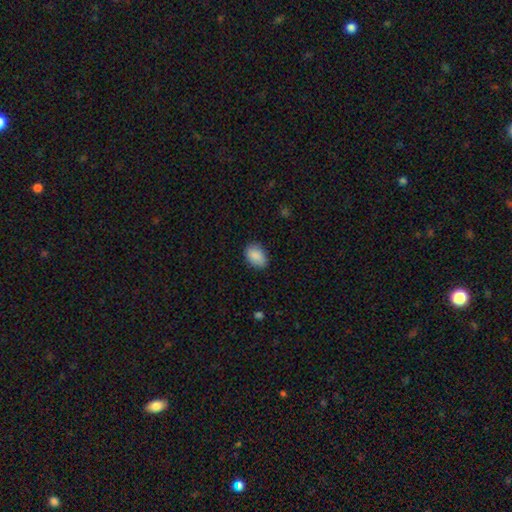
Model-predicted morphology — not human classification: A smooth galaxy with no disk features (89%) that is in between round and cigar-shaped (82%).

Vote fractions:
- Smooth or featured? smooth: 89% / star or artifact: 7% / featured or disk: 4%
- How rounded? in between: 82% / round: 16% / cigar-shaped: 1%
- Merging? none: 81% / minor disturbance: 15% / major disturbance: 3% / merger: 1%